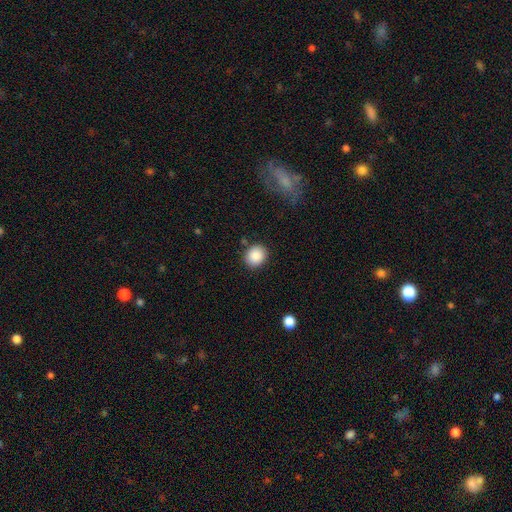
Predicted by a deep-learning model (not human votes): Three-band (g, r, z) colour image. It shows a smooth galaxy with no disk features (88%) that is round (78%). Merging: none (86%).